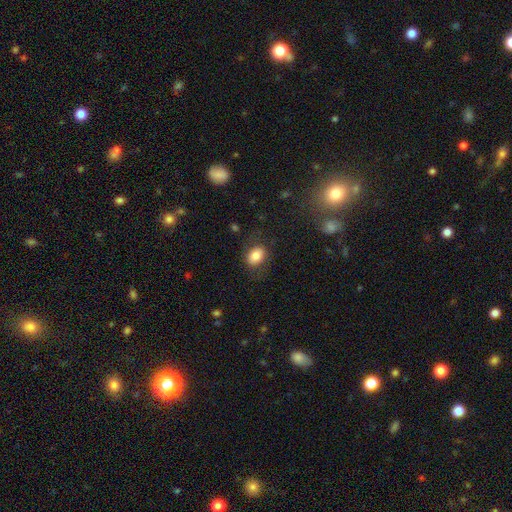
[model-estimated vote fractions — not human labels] A smooth galaxy with no disk features (81%) that is in between round and cigar-shaped (75%).

Vote fractions:
- Smooth or featured? smooth: 81% / featured or disk: 11% / star or artifact: 8%
- How rounded? in between: 75% / round: 24% / cigar-shaped: 1%
- Merging? none: 77% / minor disturbance: 14% / major disturbance: 7% / merger: 1%